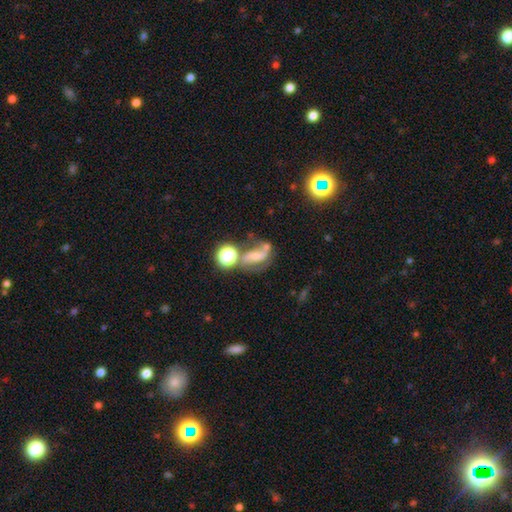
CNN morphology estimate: smooth_or_featured: featured or disk (p=0.44) [alt: smooth p=0.37]
merging: none (p=0.33) [alt: merger p=0.26]